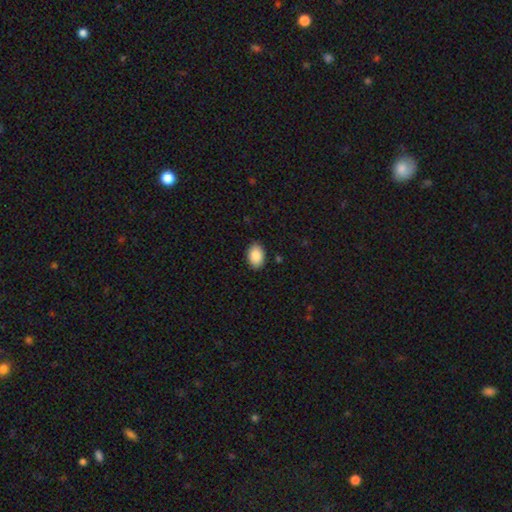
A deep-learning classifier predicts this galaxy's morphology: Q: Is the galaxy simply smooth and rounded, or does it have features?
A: smooth — 89%.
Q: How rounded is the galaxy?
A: in between — 86%.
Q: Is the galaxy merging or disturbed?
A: none — 88%.